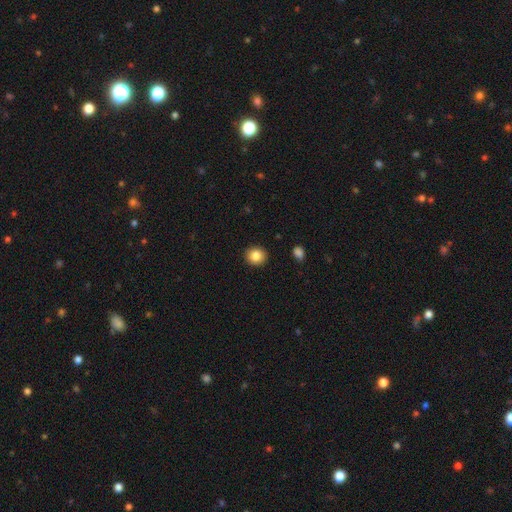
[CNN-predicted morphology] smooth_or_featured: smooth (p=0.85) [alt: star or artifact p=0.09]
how_rounded: round (p=0.87) [alt: in between p=0.12]
merging: none (p=0.92) [alt: minor disturbance p=0.05]